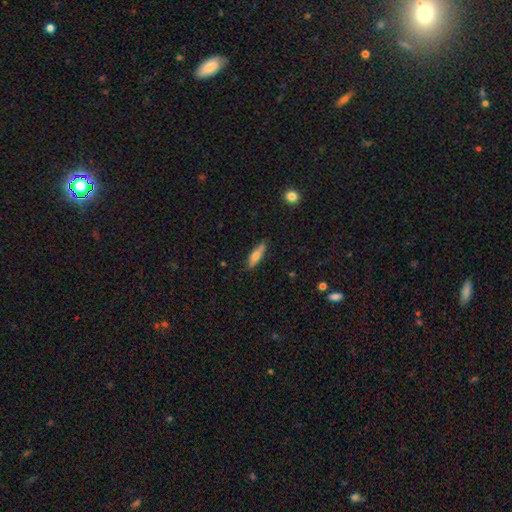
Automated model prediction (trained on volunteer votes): Smooth or featured?
  - smooth: 69% *
  - featured or disk: 24%
  - star or artifact: 7%
How rounded?
  - cigar-shaped: 56% *
  - in between: 42%
  - round: 2%
Merging?
  - none: 79% *
  - minor disturbance: 16%
  - major disturbance: 3%
  - merger: 2%